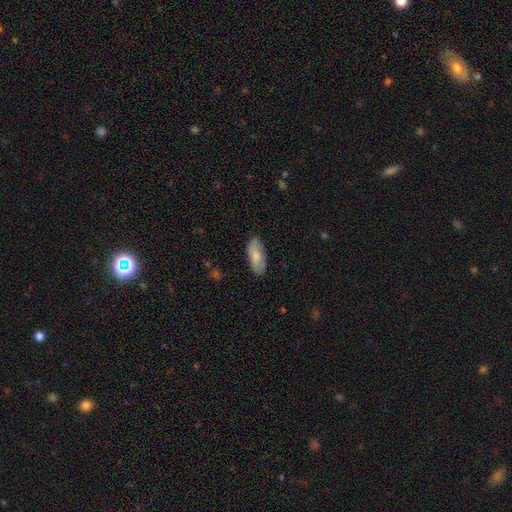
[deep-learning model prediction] The model was most divided on "smooth or featured": smooth: 80%, featured or disk: 15%, star or artifact: 6%. More confident: merging — none (85%); how rounded — in between (82%).